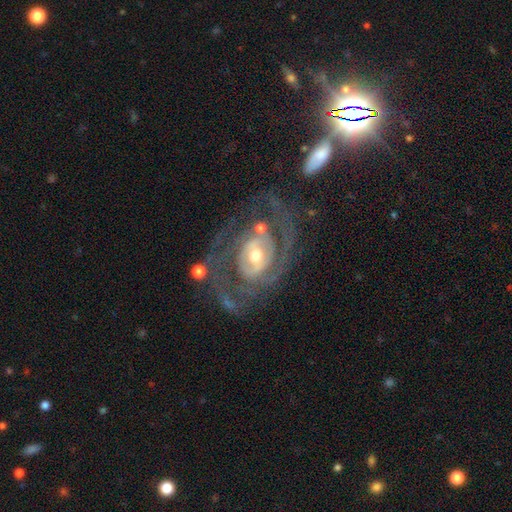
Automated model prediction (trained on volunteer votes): smooth-or-featured: featured or disk: 87% | smooth: 8% | star or artifact: 5%
  disk-edge-on: no: 96% | yes: 4%
    bar: no: 51% | weak: 34% | strong: 15%
    has-spiral-arms: yes: 86% | no: 14%
      spiral-winding: tight: 51% | medium: 35% | loose: 14%
      spiral-arm-count: 2: 40% | can't tell: 28% | 3: 14% | 1: 8% | 4: 6% | more than 4: 5%
    bulge-size: moderate: 64% | small: 27% | large: 7% | dominant: 1% | none: 1%
  merging: none: 54% | major disturbance: 23% | minor disturbance: 18% | merger: 5%